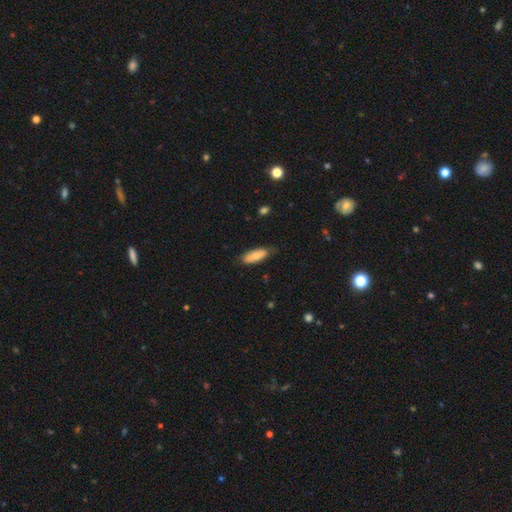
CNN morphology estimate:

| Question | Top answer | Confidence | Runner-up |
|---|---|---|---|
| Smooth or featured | smooth | 78% | featured or disk (16%) |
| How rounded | in between | 70% | cigar-shaped (29%) |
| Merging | none | 74% | minor disturbance (21%) |